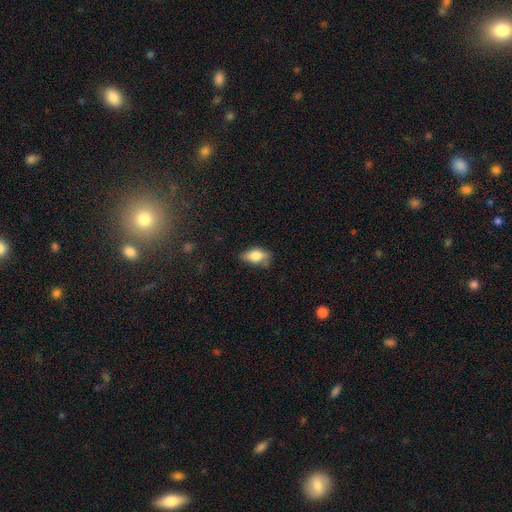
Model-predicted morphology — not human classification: Smooth or featured? smooth (74%)
How rounded? in between (87%)
Merging? none (60%)